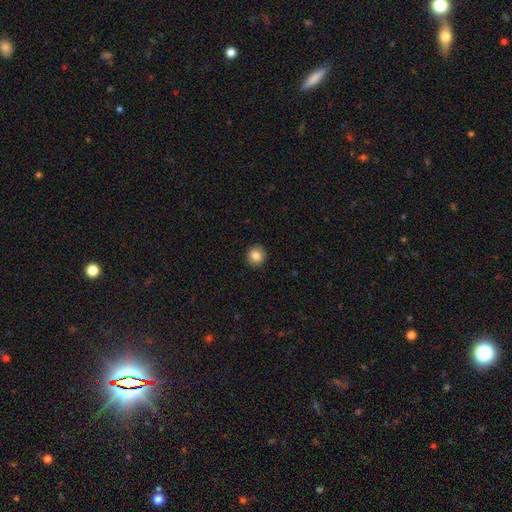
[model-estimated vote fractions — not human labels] Overall: smooth (84%). How rounded: round (93%). Merging: none (93%).